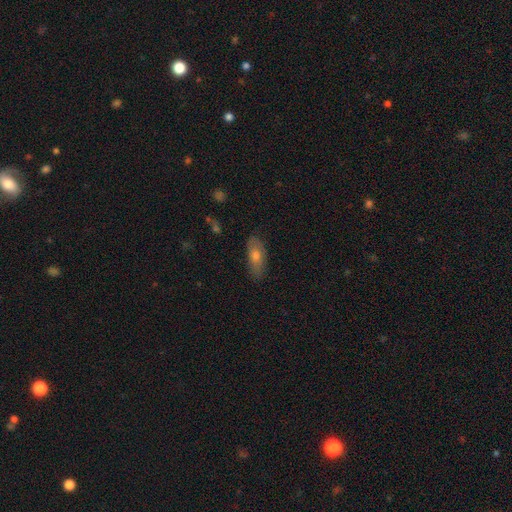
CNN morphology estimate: Q: Smooth or featured?
A: smooth (63%); runner-up: featured or disk (28%)
Q: How rounded?
A: in between (71%); runner-up: cigar-shaped (25%)
Q: Merging?
A: none (82%); runner-up: minor disturbance (14%)